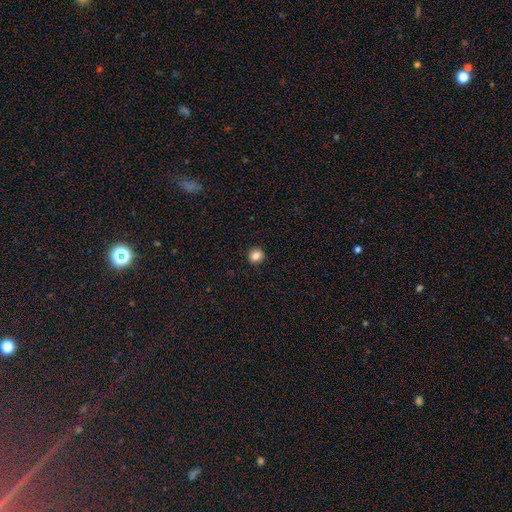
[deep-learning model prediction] A smooth galaxy with no disk features (84%) that is round (89%). Merging: none (92%).